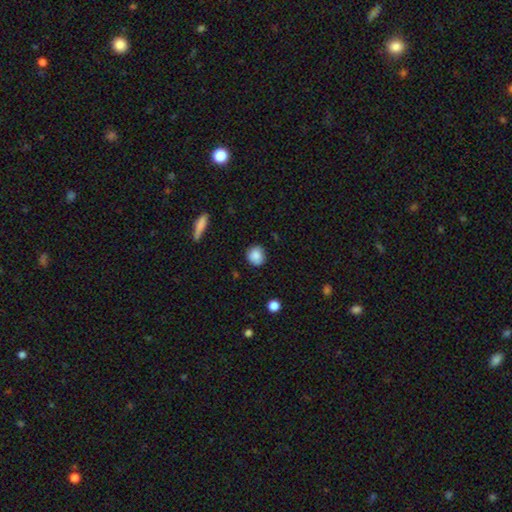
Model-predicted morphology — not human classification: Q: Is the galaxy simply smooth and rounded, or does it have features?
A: smooth — 86%.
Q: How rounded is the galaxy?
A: round — 86%.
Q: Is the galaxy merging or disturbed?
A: none — 83%.